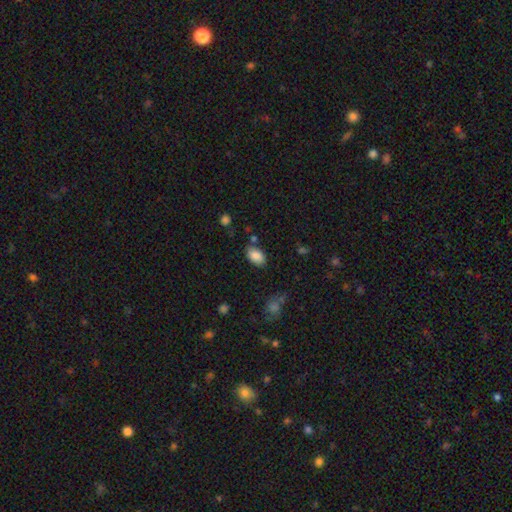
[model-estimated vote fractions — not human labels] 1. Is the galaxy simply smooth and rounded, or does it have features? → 86% smooth, 8% star or artifact, 7% featured or disk.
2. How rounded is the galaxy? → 92% in between, 6% round, 1% cigar-shaped.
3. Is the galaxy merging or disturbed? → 76% none, 16% minor disturbance, 4% merger, 4% major disturbance.